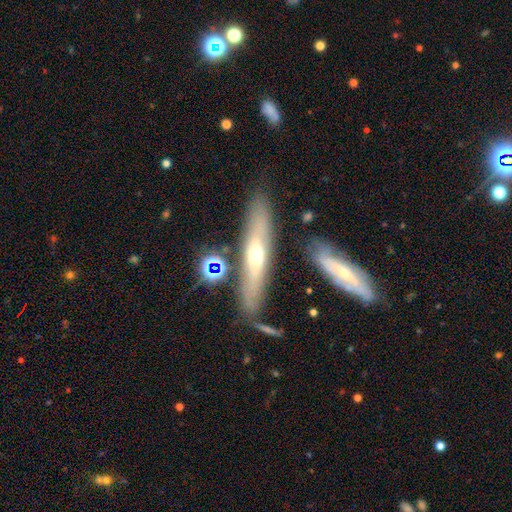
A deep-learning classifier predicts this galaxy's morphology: smooth-or-featured: featured or disk: 60% | smooth: 32% | star or artifact: 8%
  disk-edge-on: yes: 73% | no: 27%
  merging: none: 78% | minor disturbance: 13% | merger: 6% | major disturbance: 3%